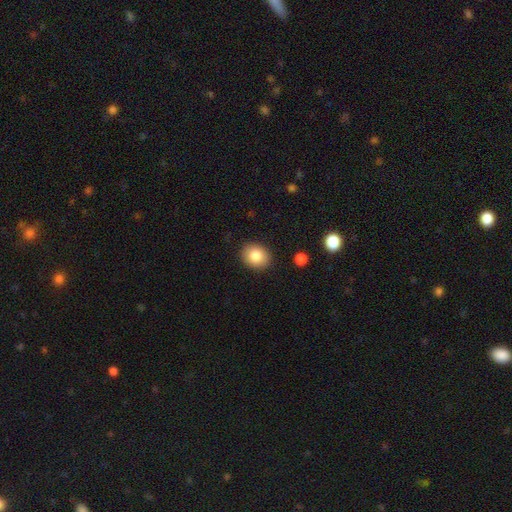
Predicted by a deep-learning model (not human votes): Smooth or featured? smooth (83%)
How rounded? round (63%)
Merging? none (89%)